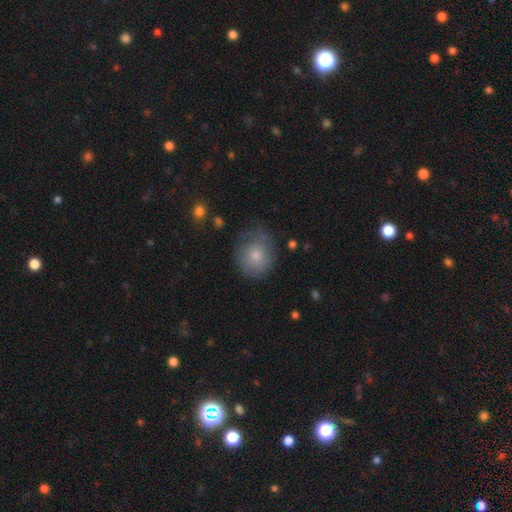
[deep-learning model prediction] A smooth galaxy with no disk features (72%) that is round (78%). Merging: none (62%).